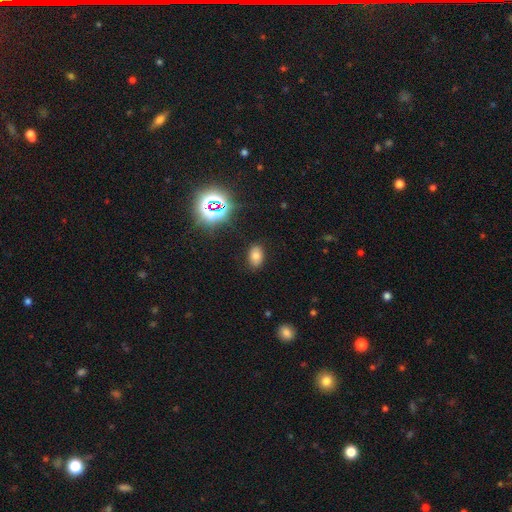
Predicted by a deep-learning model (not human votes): This is likely a smooth galaxy (70%). How rounded: clearly in between (85%). Merging: clearly none (85%).